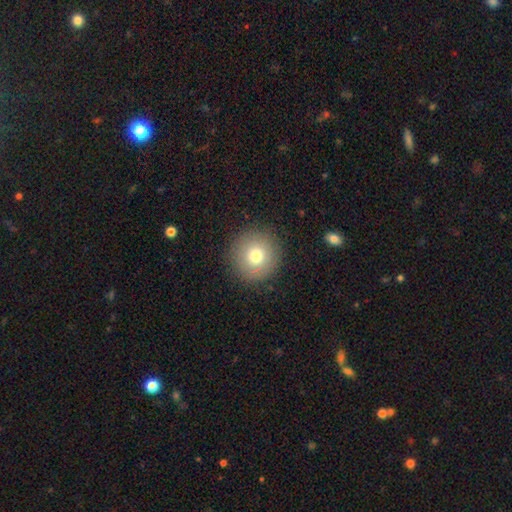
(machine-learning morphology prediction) Overall: smooth (74%). How rounded: round (95%). Merging: none (89%).